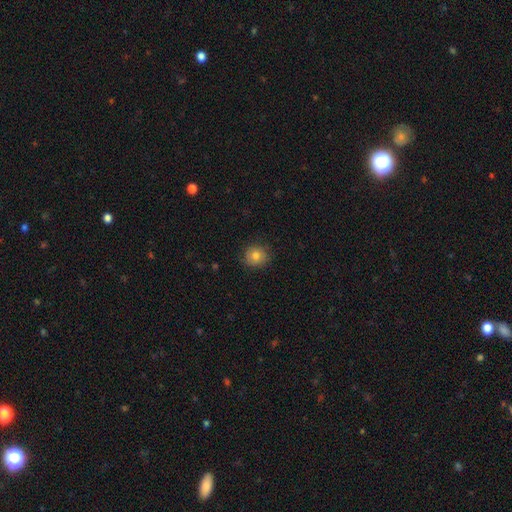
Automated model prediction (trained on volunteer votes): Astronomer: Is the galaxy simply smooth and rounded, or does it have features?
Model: smooth — 80%.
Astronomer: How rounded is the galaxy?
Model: round — 86%.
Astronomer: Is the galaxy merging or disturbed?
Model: none — 83%.